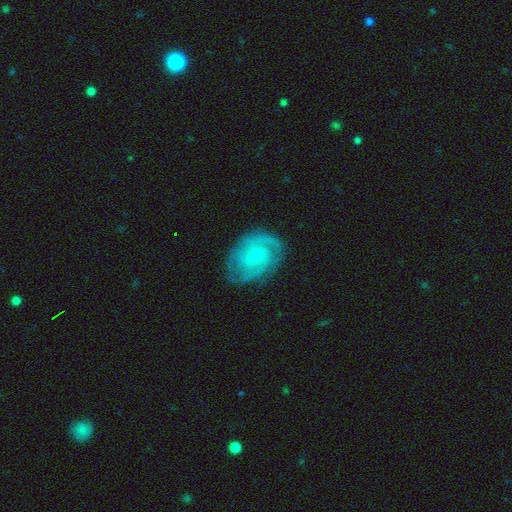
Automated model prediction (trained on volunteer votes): Smooth or featured? Predicted: featured or disk (p=0.83). Edge-on disk? Predicted: no (p=0.97). Bar? Predicted: no (p=0.59). Spiral arms? Predicted: yes (p=0.95). Spiral winding? Predicted: tight (p=0.57). Spiral arm count? Predicted: 2 (p=0.36). Bulge size? Predicted: small (p=0.61). Merging? Predicted: none (p=0.76).